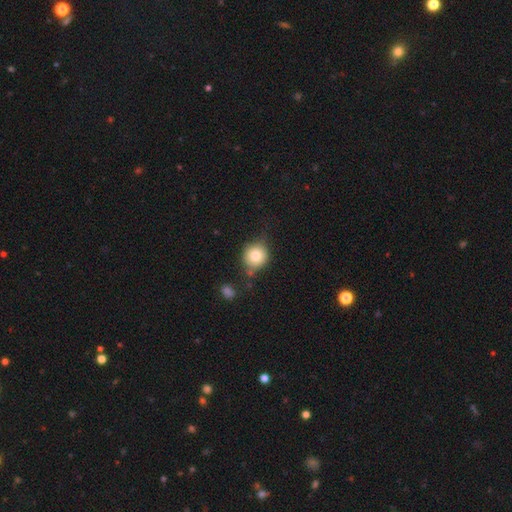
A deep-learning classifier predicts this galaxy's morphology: The model was most divided on "merging": none: 66%, minor disturbance: 22%, major disturbance: 6%, merger: 6%. More confident: how rounded — round (87%); smooth or featured — smooth (77%).